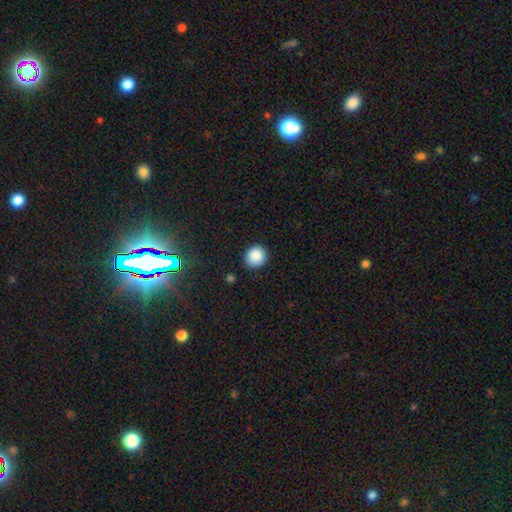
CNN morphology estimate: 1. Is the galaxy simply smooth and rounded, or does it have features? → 87% smooth, 9% star or artifact, 4% featured or disk.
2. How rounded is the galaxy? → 88% round, 11% in between, 1% cigar-shaped.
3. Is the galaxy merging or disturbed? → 88% none, 9% minor disturbance, 2% major disturbance, 1% merger.